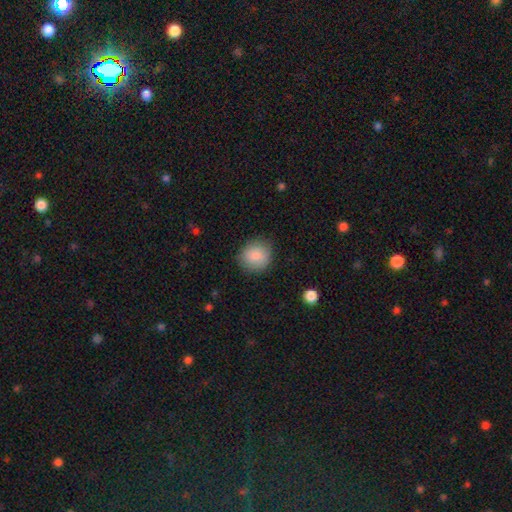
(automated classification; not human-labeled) Q: Smooth or featured?
A: smooth (85%); runner-up: star or artifact (8%)
Q: How rounded?
A: round (85%); runner-up: in between (14%)
Q: Merging?
A: none (85%); runner-up: minor disturbance (11%)